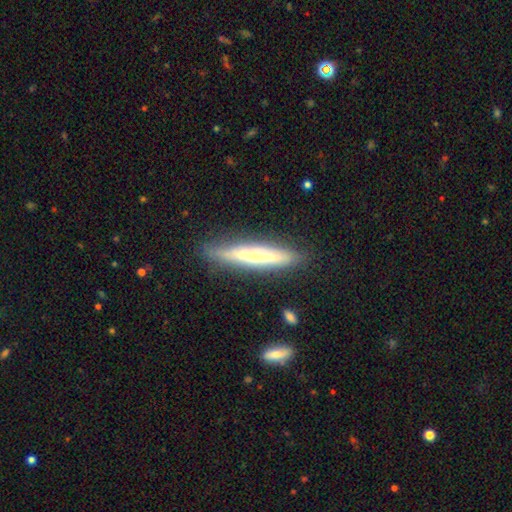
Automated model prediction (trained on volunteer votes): Q: Smooth or featured?
A: featured or disk (54%); runner-up: smooth (39%)
Q: Edge-on disk?
A: yes (87%); runner-up: no (13%)
Q: Merging?
A: none (81%); runner-up: minor disturbance (14%)